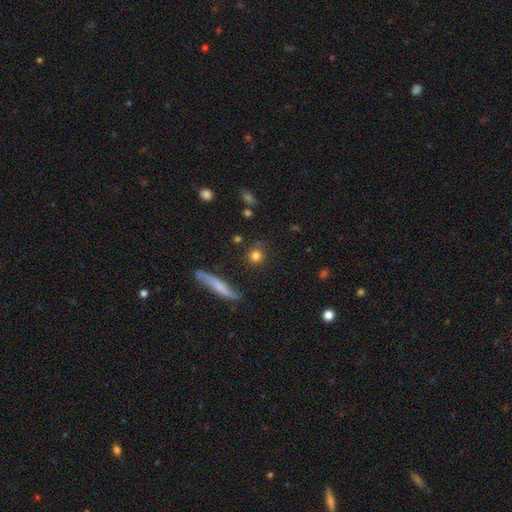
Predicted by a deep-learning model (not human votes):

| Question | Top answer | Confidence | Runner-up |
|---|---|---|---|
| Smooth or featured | smooth | 79% | star or artifact (10%) |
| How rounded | round | 83% | in between (10%) |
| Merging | none | 79% | minor disturbance (12%) |